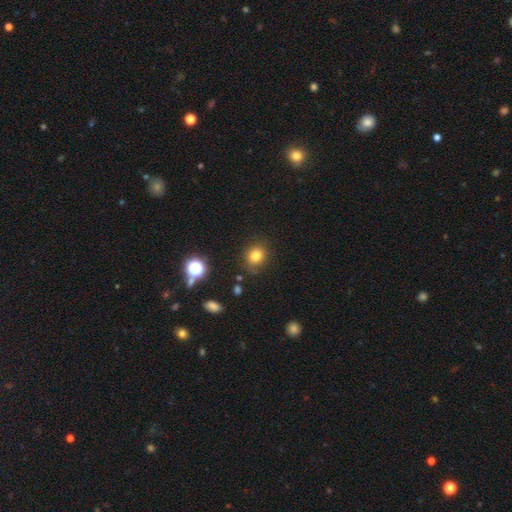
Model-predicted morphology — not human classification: This appears to be a smooth galaxy with no disk features (80%) that is round (76%). Merging: none (82%).